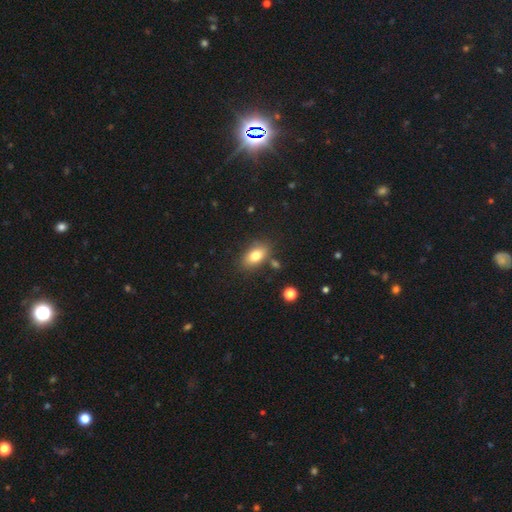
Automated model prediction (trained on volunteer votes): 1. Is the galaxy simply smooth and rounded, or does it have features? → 79% smooth, 12% featured or disk, 9% star or artifact.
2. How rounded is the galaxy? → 88% in between, 8% round, 4% cigar-shaped.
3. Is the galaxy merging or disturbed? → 77% none, 14% minor disturbance, 6% merger, 4% major disturbance.